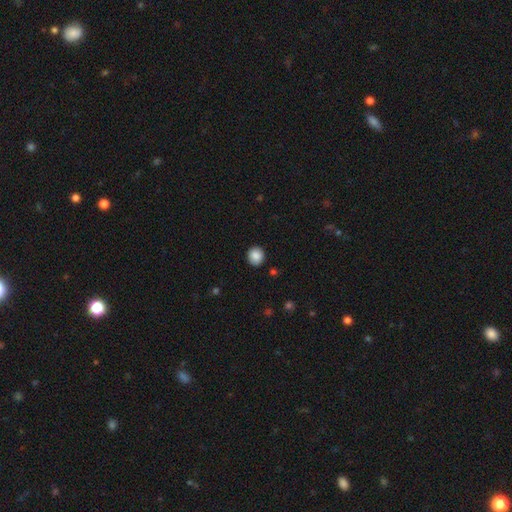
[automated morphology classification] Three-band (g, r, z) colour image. It shows a smooth galaxy with no disk features (87%) that is round (90%). Merging: none (91%).